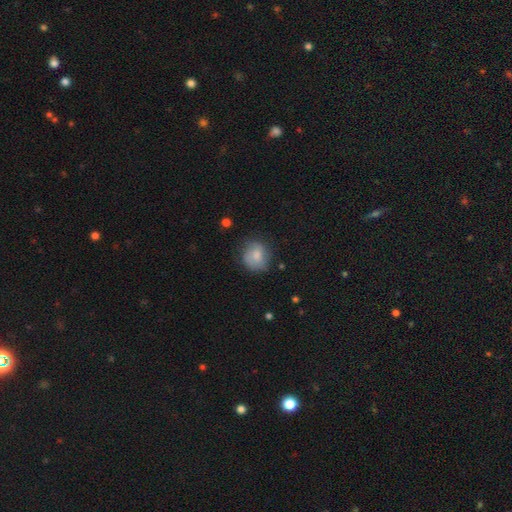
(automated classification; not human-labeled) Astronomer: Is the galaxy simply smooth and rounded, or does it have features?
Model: smooth — 72%.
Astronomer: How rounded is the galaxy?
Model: round — 73%.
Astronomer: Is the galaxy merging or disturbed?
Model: none — 66%.